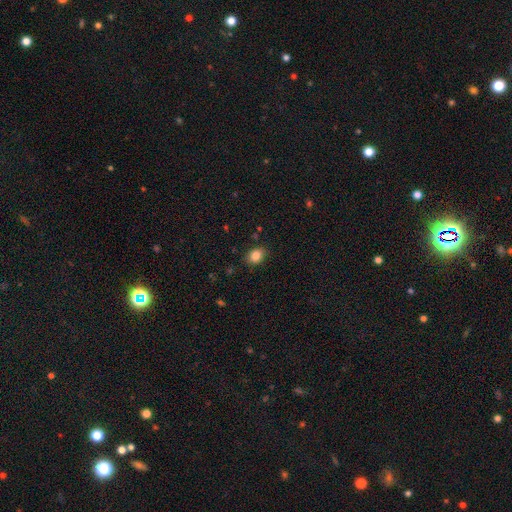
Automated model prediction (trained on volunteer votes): A smooth galaxy with no disk features (84%) that is in between round and cigar-shaped (58%). Merging: none (85%).